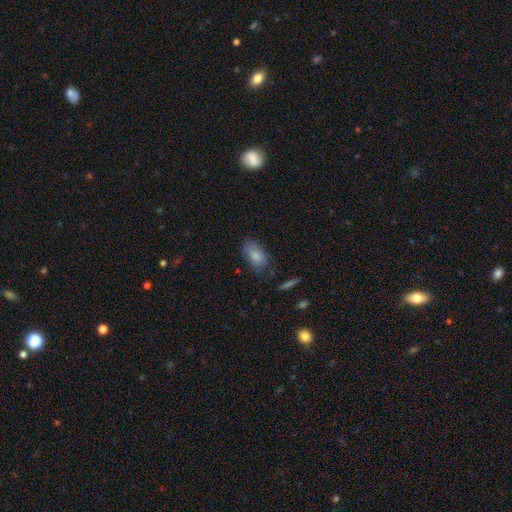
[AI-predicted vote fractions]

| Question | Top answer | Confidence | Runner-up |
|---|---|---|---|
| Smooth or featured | smooth | 78% | featured or disk (15%) |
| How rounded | in between | 91% | round (5%) |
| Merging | none | 68% | minor disturbance (23%) |